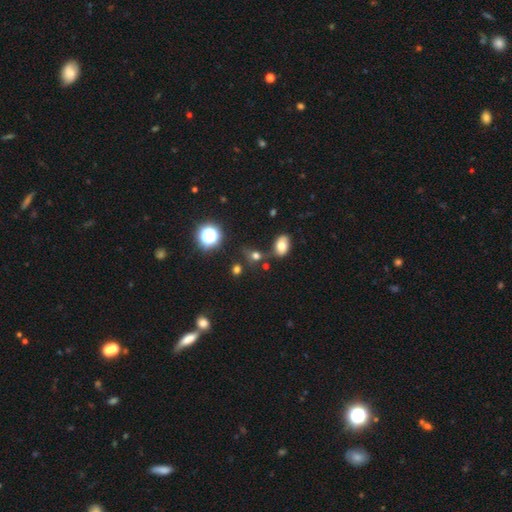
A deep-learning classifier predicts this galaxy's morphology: Overall: smooth (66%). How rounded: round (51%; in between 45%). Merging: none (63%).